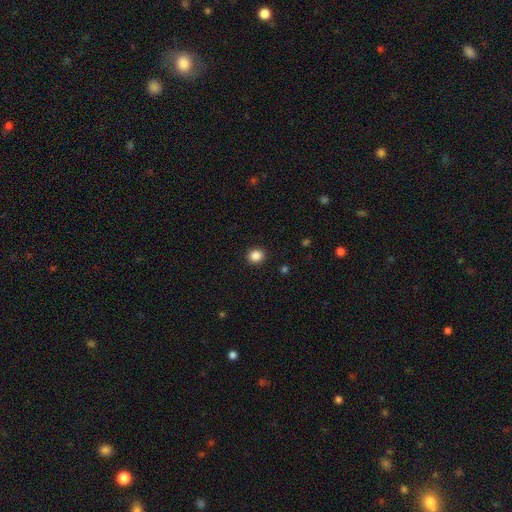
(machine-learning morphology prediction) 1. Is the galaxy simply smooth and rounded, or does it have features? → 86% smooth, 11% star or artifact, 3% featured or disk.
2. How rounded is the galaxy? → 80% round, 19% in between, 1% cigar-shaped.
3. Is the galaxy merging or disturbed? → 92% none, 5% minor disturbance, 2% major disturbance, 1% merger.